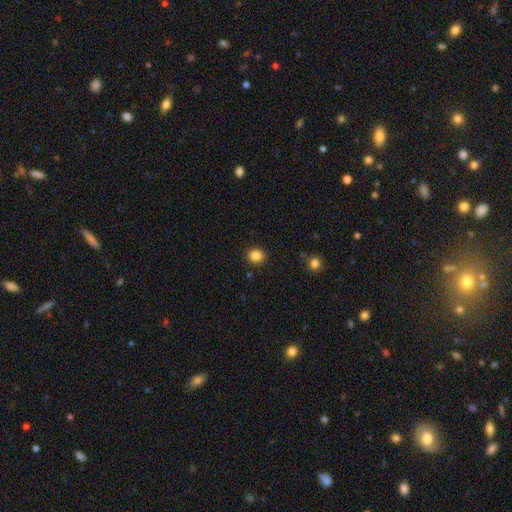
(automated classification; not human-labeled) Q: Smooth or featured?
A: smooth (85%); runner-up: star or artifact (11%)
Q: How rounded?
A: round (84%); runner-up: in between (15%)
Q: Merging?
A: none (90%); runner-up: minor disturbance (6%)